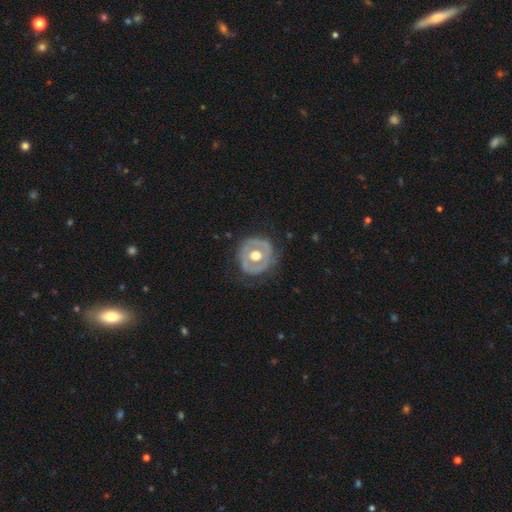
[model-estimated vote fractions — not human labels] The model was most divided on "smooth or featured": featured or disk: 62%, smooth: 33%, star or artifact: 5%. More confident: edge-on disk — no (95%); bar — no (78%); spiral arms — no (75%); merging — none (73%); bulge size — moderate (71%).